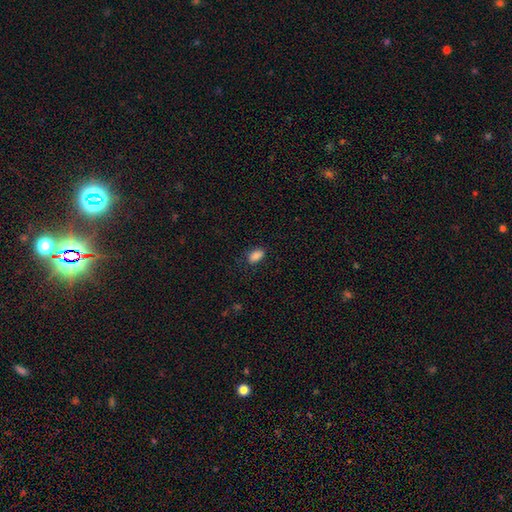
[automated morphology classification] This is clearly a smooth galaxy (88%). How rounded: clearly in between (91%). Merging: likely none (79%).